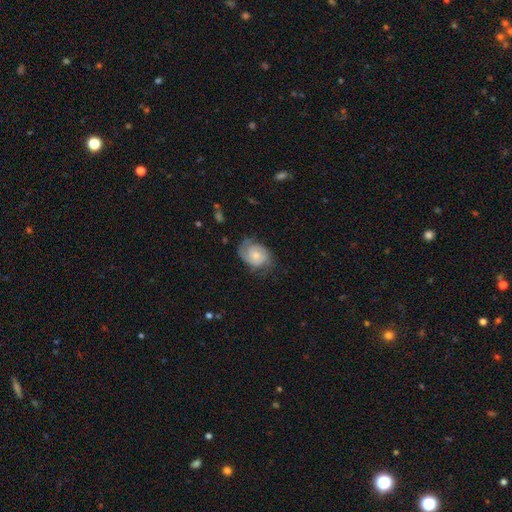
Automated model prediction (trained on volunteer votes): Smooth or featured: featured or disk — 67% (smooth — 27%)
Edge-on disk: no — 97% (yes — 3%)
Bar: no — 70% (weak — 26%)
Spiral arms: yes — 91% (no — 9%)
Spiral winding: tight — 50% (medium — 36%)
Spiral arm count: 2 — 61% (can't tell — 19%)
Bulge size: small — 49% (moderate — 41%)
Merging: none — 59% (minor disturbance — 26%)